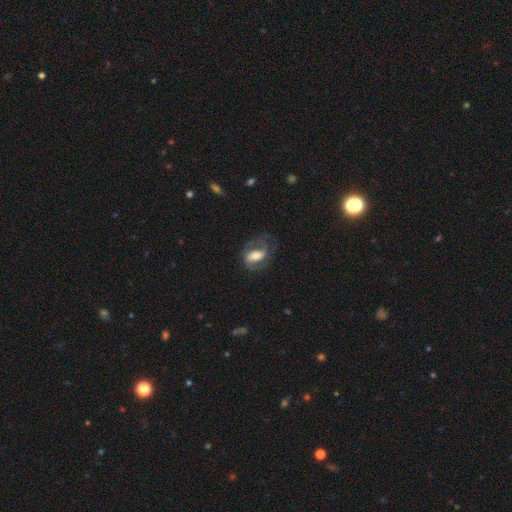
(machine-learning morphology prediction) featured or disk 68%, smooth 26%, star or artifact 7%. Down the decision tree: edge-on disk — no (93%); bar — strong (45%); spiral arms — yes (82%); spiral arm count — 2 (79%); spiral winding — medium (49%); bulge size — moderate (52%); merging — none (60%).